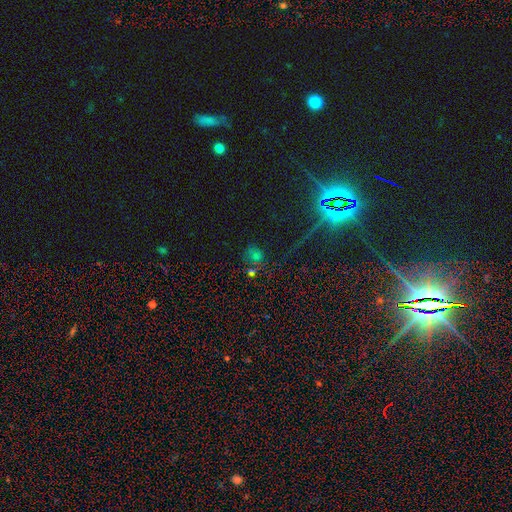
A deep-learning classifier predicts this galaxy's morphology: Smooth or featured: star or artifact — 51% (smooth — 37%)